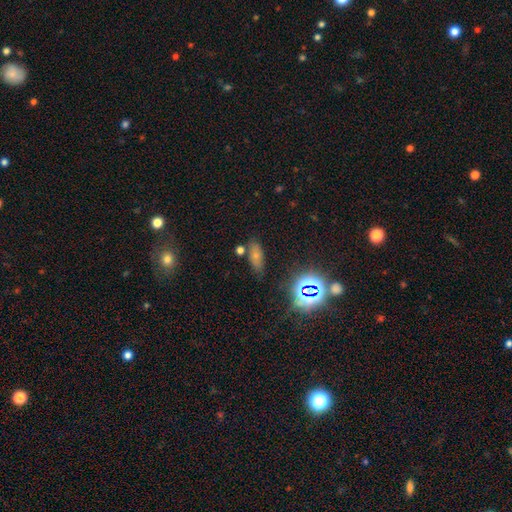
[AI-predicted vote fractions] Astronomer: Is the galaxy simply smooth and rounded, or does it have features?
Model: smooth — 62%.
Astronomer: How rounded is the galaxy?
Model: in between — 77%.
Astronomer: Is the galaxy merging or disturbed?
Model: none — 72%.